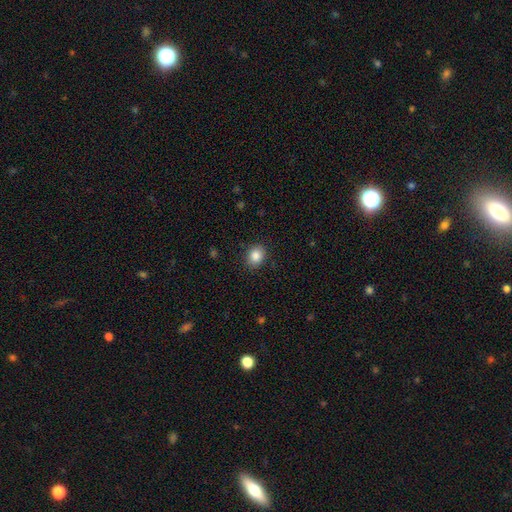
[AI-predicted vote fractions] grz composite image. It shows a smooth galaxy with no disk features (86%) that is round (58%). Merging: none (87%).